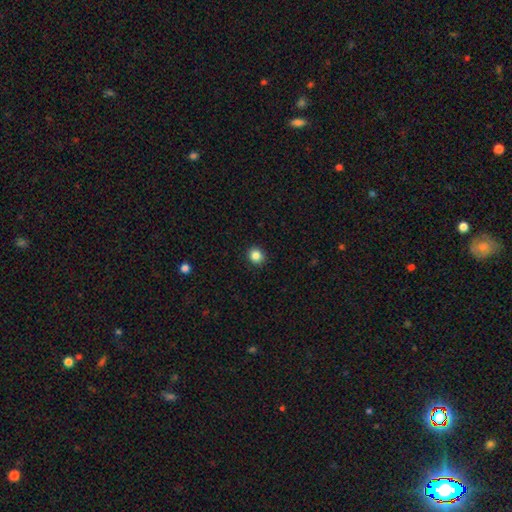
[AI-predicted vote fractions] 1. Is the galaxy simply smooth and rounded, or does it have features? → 85% smooth, 11% star or artifact, 4% featured or disk.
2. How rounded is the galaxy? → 86% round, 13% in between, 1% cigar-shaped.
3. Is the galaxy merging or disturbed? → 92% none, 5% minor disturbance, 2% major disturbance, 1% merger.